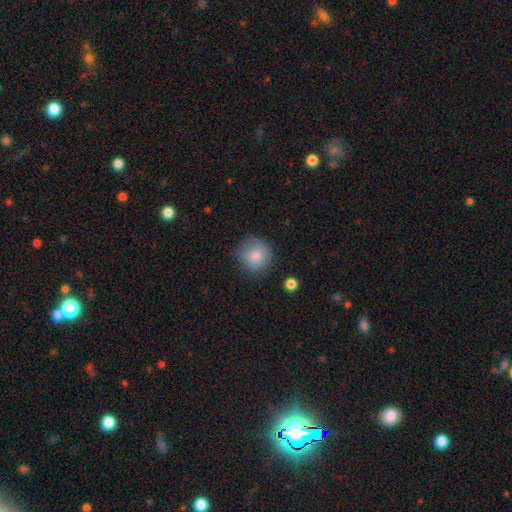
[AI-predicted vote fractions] A smooth galaxy with no disk features (83%) that is round (91%).

Vote fractions:
- Smooth or featured? smooth: 83% / featured or disk: 9% / star or artifact: 8%
- How rounded? round: 91% / in between: 8% / cigar-shaped: 1%
- Merging? none: 71% / minor disturbance: 21% / major disturbance: 6% / merger: 2%